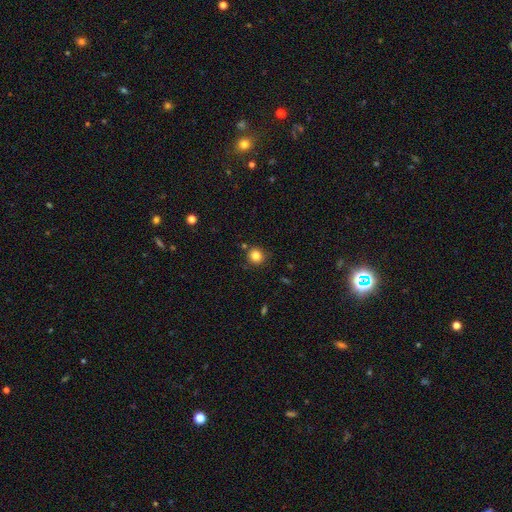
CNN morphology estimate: Smooth or featured?
  - smooth: 83% *
  - star or artifact: 11%
  - featured or disk: 5%
How rounded?
  - round: 90% *
  - in between: 10%
  - cigar-shaped: 1%
Merging?
  - none: 83% *
  - minor disturbance: 11%
  - merger: 4%
  - major disturbance: 3%